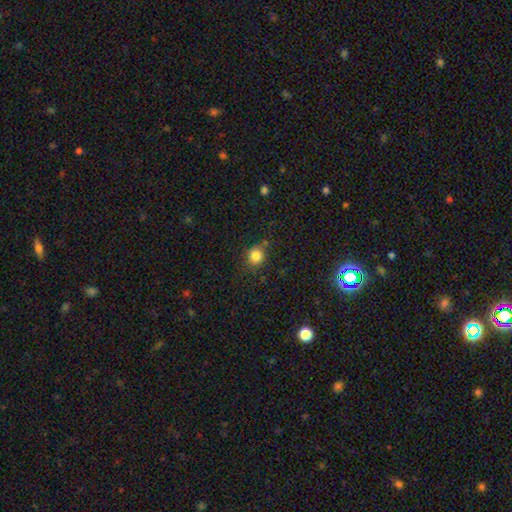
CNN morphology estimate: This is clearly a smooth galaxy (83%). How rounded: clearly round (83%). Merging: likely none (79%).